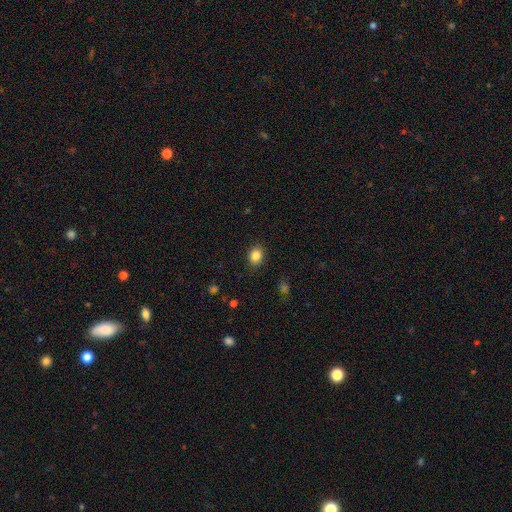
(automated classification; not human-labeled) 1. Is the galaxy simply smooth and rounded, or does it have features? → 85% smooth, 10% star or artifact, 5% featured or disk.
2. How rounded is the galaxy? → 50% in between, 49% round, 1% cigar-shaped.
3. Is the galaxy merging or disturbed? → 87% none, 9% minor disturbance, 3% major disturbance, 1% merger.